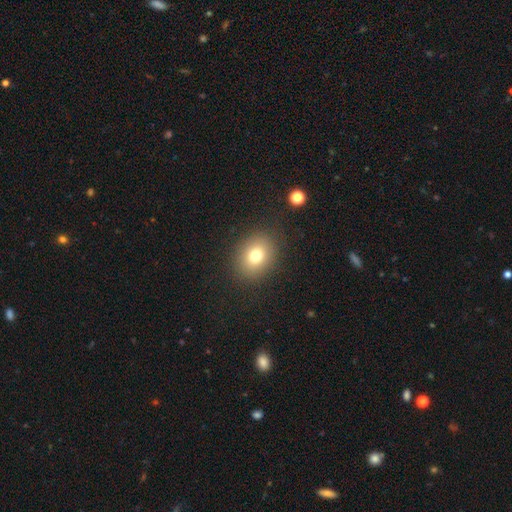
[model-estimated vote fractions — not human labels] Smooth or featured: smooth — 77% (star or artifact — 12%)
How rounded: round — 51% (in between — 48%)
Merging: none — 86% (minor disturbance — 9%)